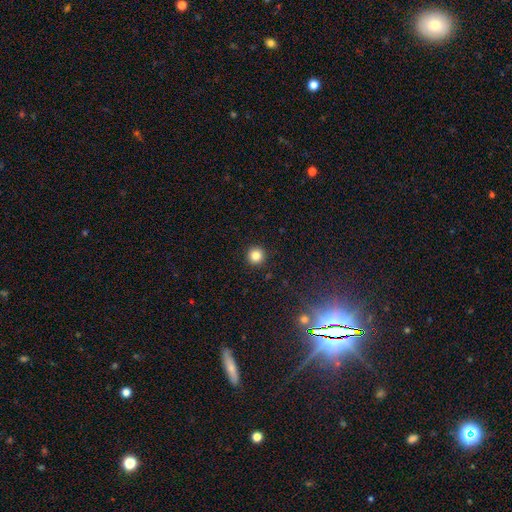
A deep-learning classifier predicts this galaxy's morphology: Smooth or featured? Predicted: smooth (p=0.83). How rounded? Predicted: round (p=0.96). Merging? Predicted: none (p=0.93).